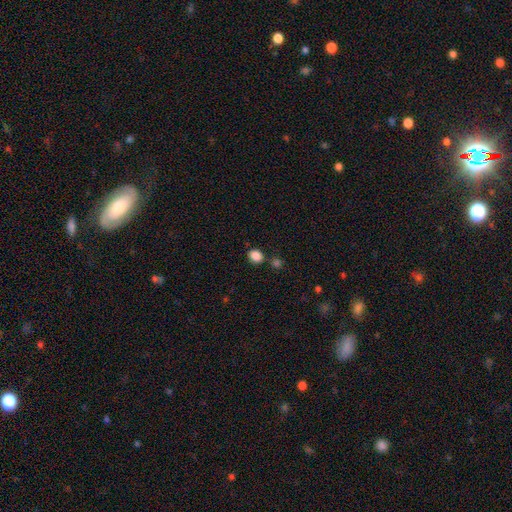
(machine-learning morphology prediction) smooth_or_featured: smooth (p=0.86) [alt: star or artifact p=0.10]
how_rounded: round (p=0.55) [alt: in between p=0.44]
merging: none (p=0.77) [alt: minor disturbance p=0.10]